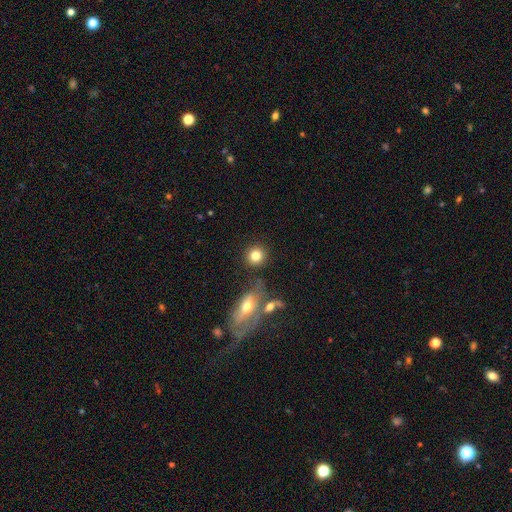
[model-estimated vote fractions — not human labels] This appears to be a smooth galaxy with no disk features (79%) that is round (89%). Merging: none (80%).